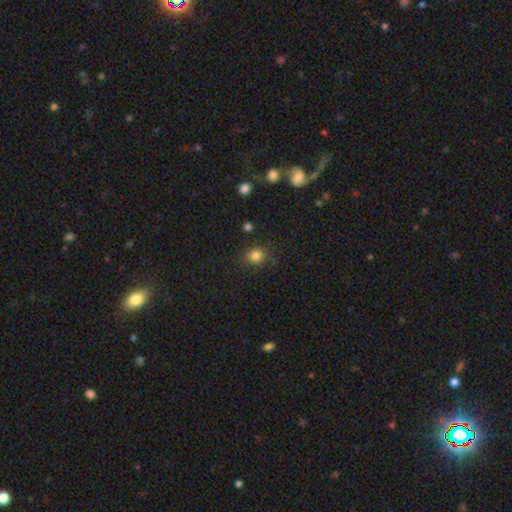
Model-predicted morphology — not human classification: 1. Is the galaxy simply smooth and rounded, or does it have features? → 82% smooth, 13% star or artifact, 5% featured or disk.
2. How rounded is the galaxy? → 83% round, 16% in between, 1% cigar-shaped.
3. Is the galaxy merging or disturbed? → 80% none, 13% minor disturbance, 4% major disturbance, 2% merger.